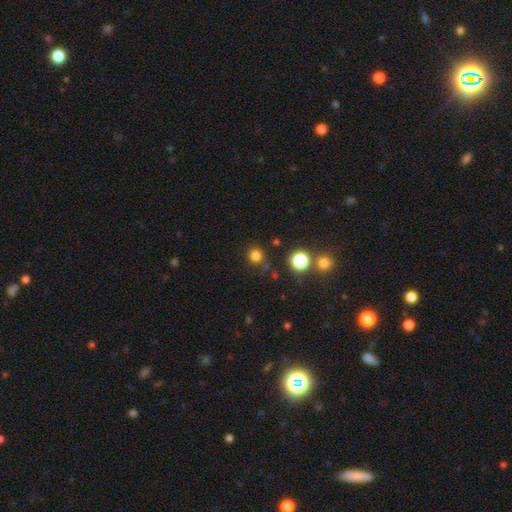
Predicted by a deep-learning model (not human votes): This is likely a smooth galaxy (79%). How rounded: clearly round (92%). Merging: clearly none (86%).